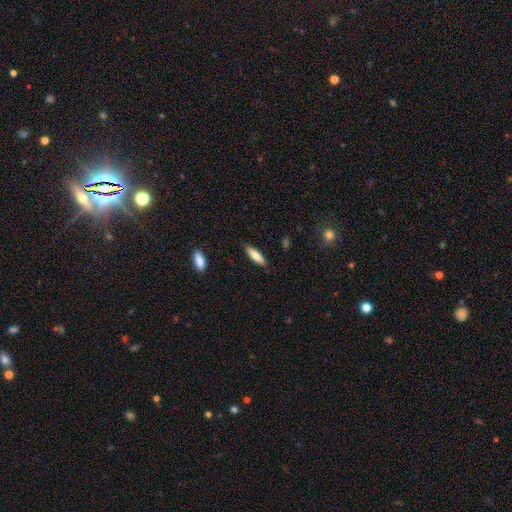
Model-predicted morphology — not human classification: Overall: smooth (75%). How rounded: cigar-shaped (65%; in between 33%). Merging: none (87%).